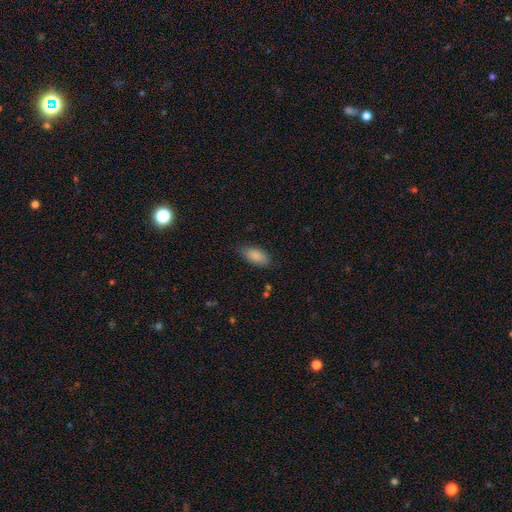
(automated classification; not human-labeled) This appears to be a smooth galaxy with no disk features (88%) that is in between round and cigar-shaped (90%). Merging: none (80%).